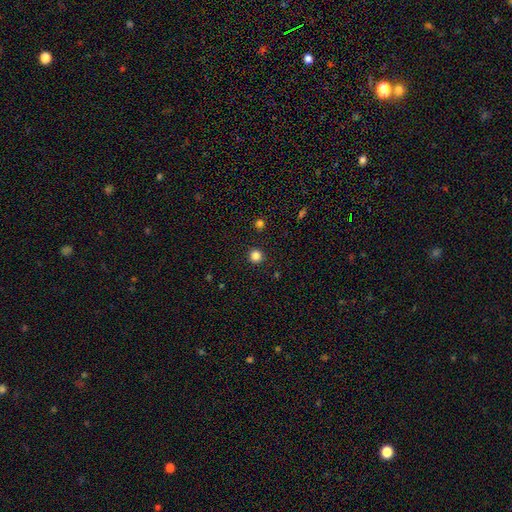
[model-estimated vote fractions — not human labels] Smooth or featured? Predicted: smooth (p=0.84). How rounded? Predicted: round (p=0.95). Merging? Predicted: none (p=0.93).